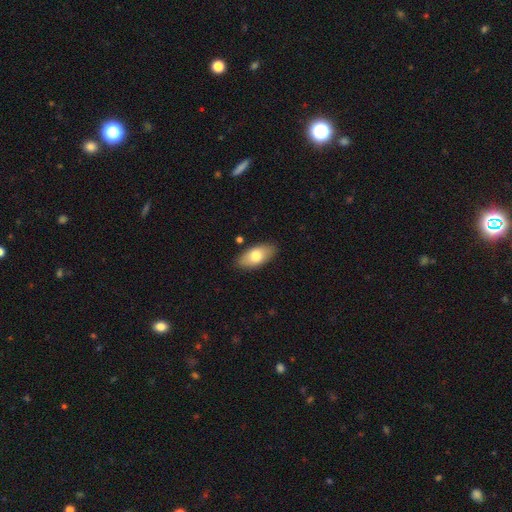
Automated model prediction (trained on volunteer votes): Smooth or featured?
  - smooth: 75% *
  - featured or disk: 19%
  - star or artifact: 6%
How rounded?
  - in between: 92% *
  - cigar-shaped: 5%
  - round: 3%
Merging?
  - none: 86% *
  - minor disturbance: 10%
  - major disturbance: 2%
  - merger: 2%